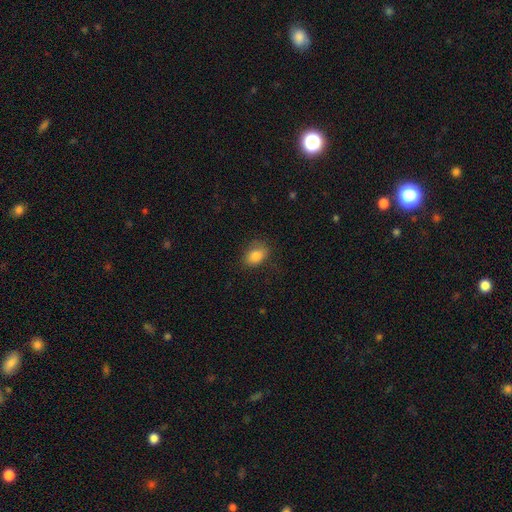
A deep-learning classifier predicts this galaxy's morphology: smooth_or_featured: smooth (p=0.84) [alt: star or artifact p=0.08]
how_rounded: in between (p=0.77) [alt: round p=0.22]
merging: none (p=0.70) [alt: minor disturbance p=0.21]